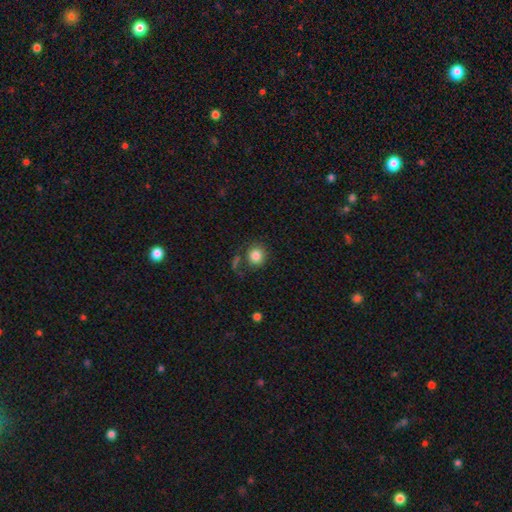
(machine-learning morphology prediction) Smooth or featured? smooth (84%)
How rounded? round (85%)
Merging? none (72%)